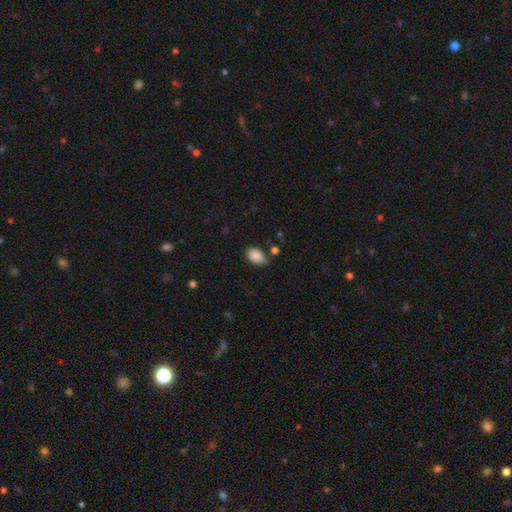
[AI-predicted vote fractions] A smooth galaxy with no disk features (88%) that is in between round and cigar-shaped (91%).

Vote fractions:
- Smooth or featured? smooth: 88% / star or artifact: 8% / featured or disk: 5%
- How rounded? in between: 91% / round: 8% / cigar-shaped: 1%
- Merging? none: 70% / minor disturbance: 21% / merger: 4% / major disturbance: 4%